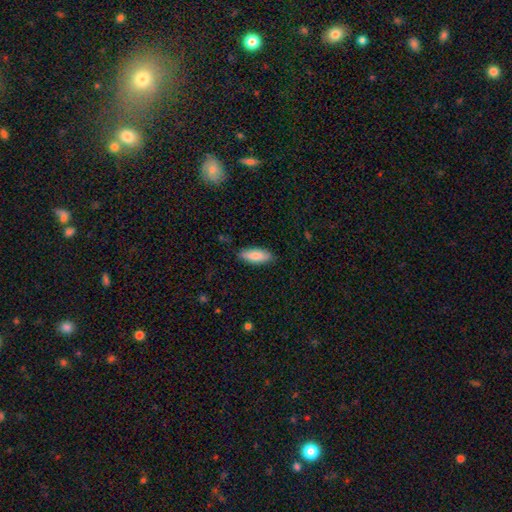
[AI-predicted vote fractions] Morphology: type=smooth (85%); roundness=in between (70%); merging=none (85%).